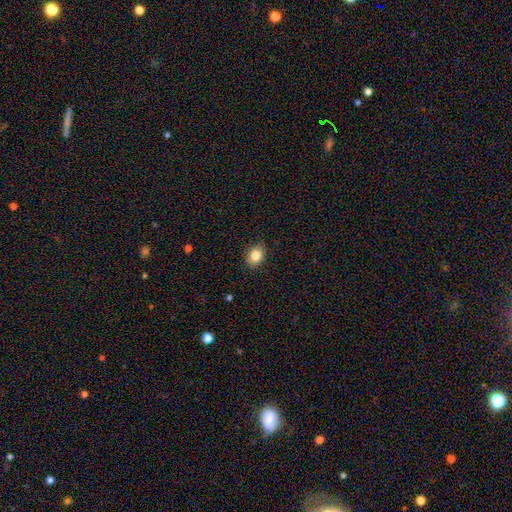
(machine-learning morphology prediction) This appears to be a smooth galaxy with no disk features (85%) that is in between round and cigar-shaped (68%). Merging: none (87%).